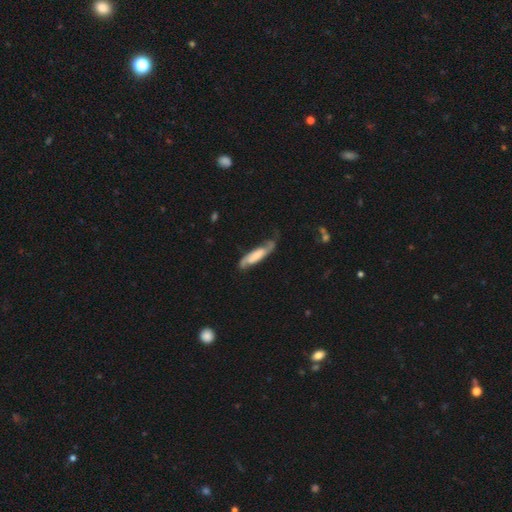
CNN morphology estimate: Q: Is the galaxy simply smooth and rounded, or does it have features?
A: featured or disk — 63%.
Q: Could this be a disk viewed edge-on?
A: no — 78%.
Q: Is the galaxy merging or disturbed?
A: none — 55%.